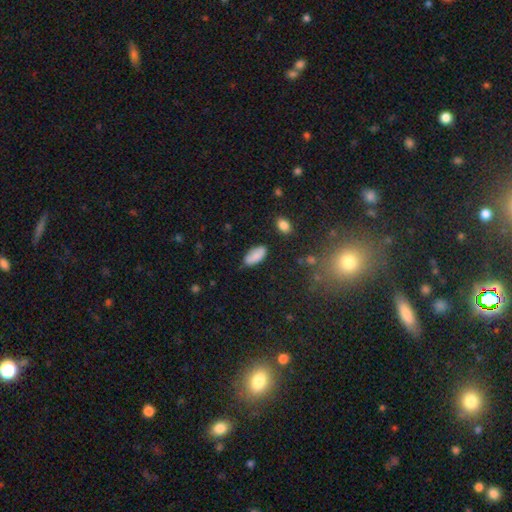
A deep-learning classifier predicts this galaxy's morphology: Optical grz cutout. It shows a smooth galaxy with no disk features (85%) that is in between round and cigar-shaped (90%). Merging: none (77%).